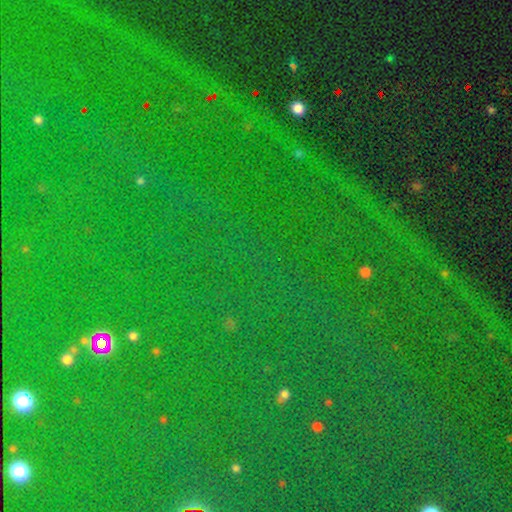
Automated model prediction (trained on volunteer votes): smooth-or-featured: star or artifact: 86% | smooth: 7% | featured or disk: 6%